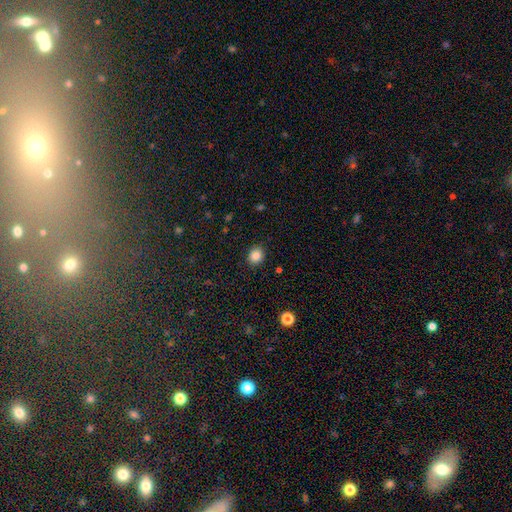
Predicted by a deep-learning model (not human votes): The model was most divided on "how rounded": round: 73%, in between: 26%, cigar-shaped: 1%. More confident: merging — none (90%); smooth or featured — smooth (86%).